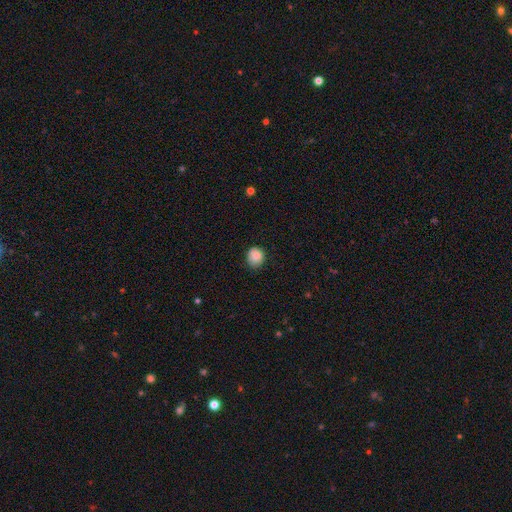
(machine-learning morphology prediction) A smooth galaxy with no disk features (85%) that is round (77%).

Vote fractions:
- Smooth or featured? smooth: 85% / star or artifact: 9% / featured or disk: 6%
- How rounded? round: 77% / in between: 22% / cigar-shaped: 1%
- Merging? none: 75% / minor disturbance: 20% / major disturbance: 3% / merger: 1%